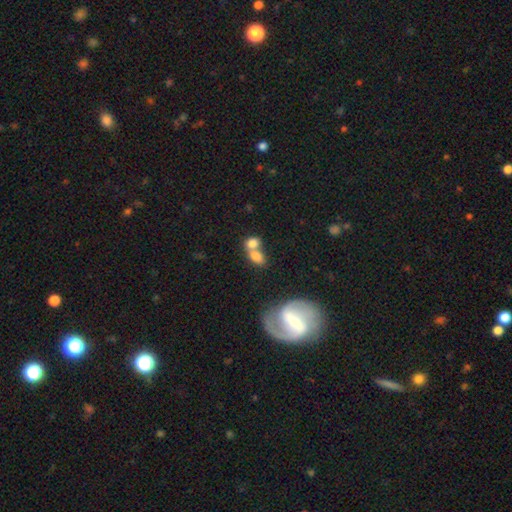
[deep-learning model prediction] Morphology: type=smooth (78%); roundness=in between (73%); merging=merger (66%).